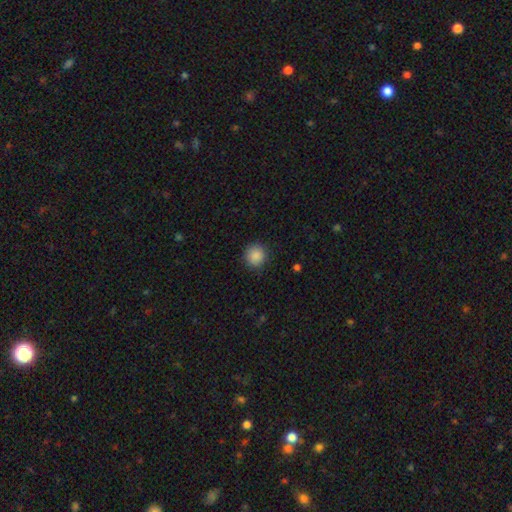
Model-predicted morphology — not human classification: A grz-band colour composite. It shows a smooth galaxy with no disk features (88%) that is round (92%). Merging: none (89%).